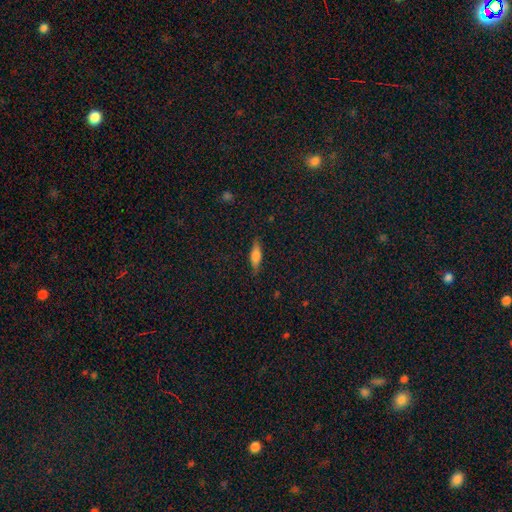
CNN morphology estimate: smooth_or_featured: smooth (p=0.66) [alt: featured or disk p=0.27]
how_rounded: cigar-shaped (p=0.50) [alt: in between p=0.47]
merging: none (p=0.84) [alt: minor disturbance p=0.12]